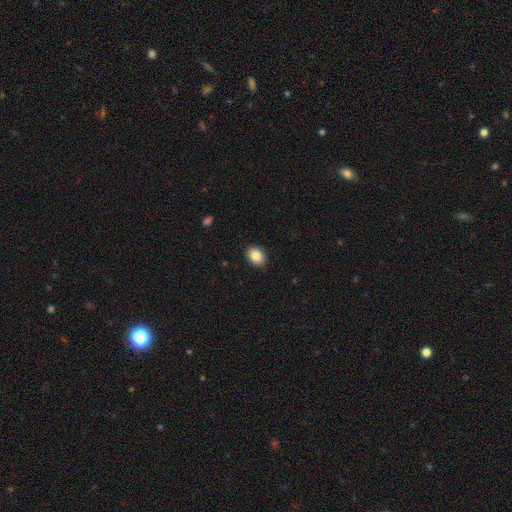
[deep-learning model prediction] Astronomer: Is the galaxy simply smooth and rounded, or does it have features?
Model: smooth — 86%.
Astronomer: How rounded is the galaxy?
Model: in between — 69%.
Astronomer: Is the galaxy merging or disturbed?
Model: none — 90%.